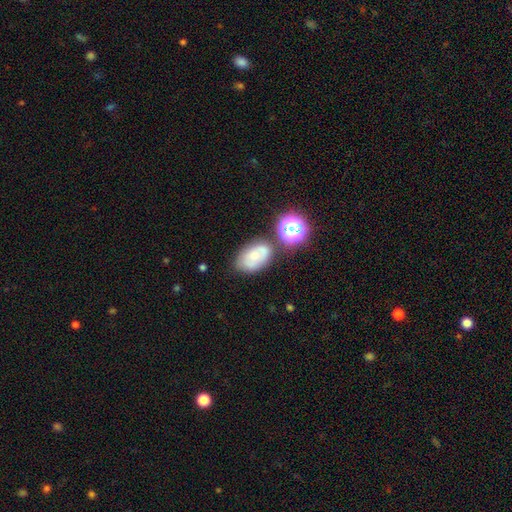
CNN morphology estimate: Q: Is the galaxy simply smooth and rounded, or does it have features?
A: smooth — 53%.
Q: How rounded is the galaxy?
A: in between — 84%.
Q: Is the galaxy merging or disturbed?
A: none — 54%.